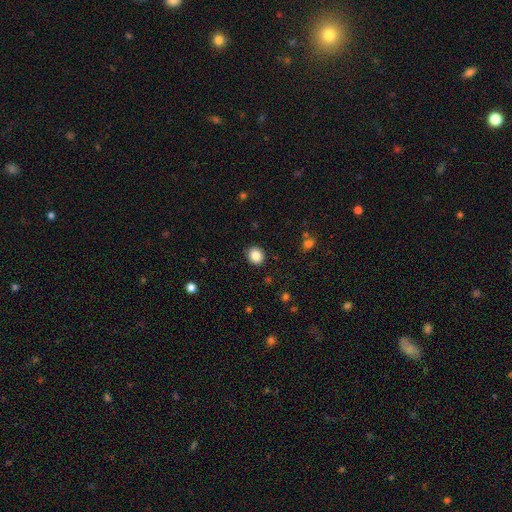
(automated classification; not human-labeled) Smooth or featured?
  - smooth: 87% *
  - star or artifact: 9%
  - featured or disk: 4%
How rounded?
  - round: 76% *
  - in between: 24%
  - cigar-shaped: 1%
Merging?
  - none: 90% *
  - minor disturbance: 7%
  - major disturbance: 2%
  - merger: 1%